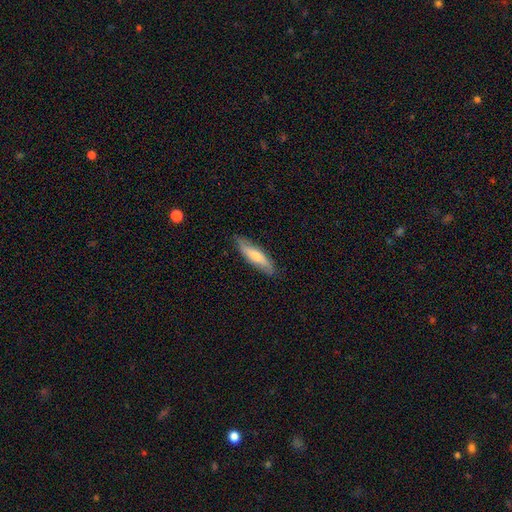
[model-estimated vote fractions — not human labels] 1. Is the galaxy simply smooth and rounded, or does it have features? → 54% smooth, 39% featured or disk, 6% star or artifact.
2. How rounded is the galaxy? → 71% cigar-shaped, 27% in between, 2% round.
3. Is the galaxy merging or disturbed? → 85% none, 12% minor disturbance, 2% major disturbance, 1% merger.